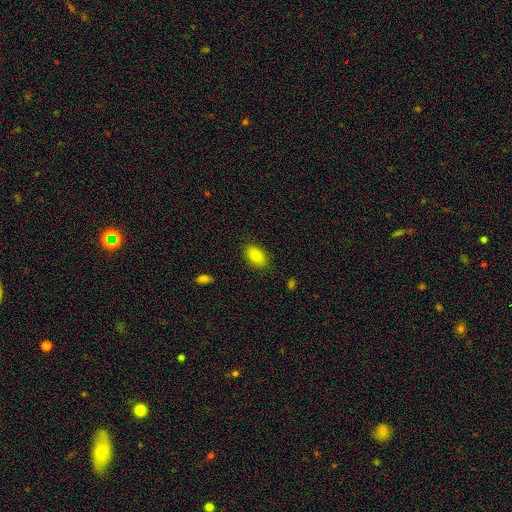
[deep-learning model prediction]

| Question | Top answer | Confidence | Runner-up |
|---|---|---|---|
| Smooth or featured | smooth | 85% | star or artifact (8%) |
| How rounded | in between | 90% | round (8%) |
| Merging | none | 86% | minor disturbance (10%) |